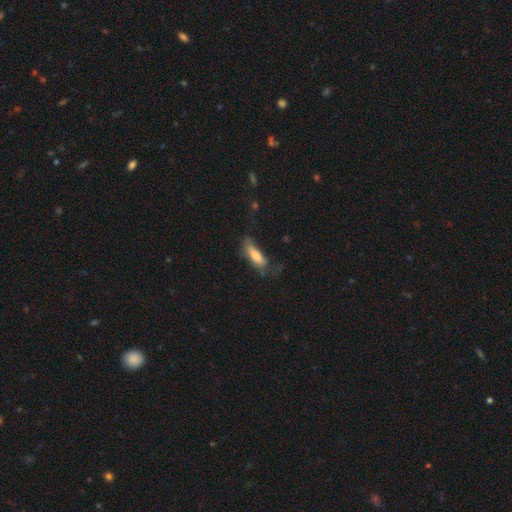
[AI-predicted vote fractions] Smooth or featured? Predicted: smooth (p=0.74). How rounded? Predicted: in between (p=0.53). Merging? Predicted: none (p=0.50).